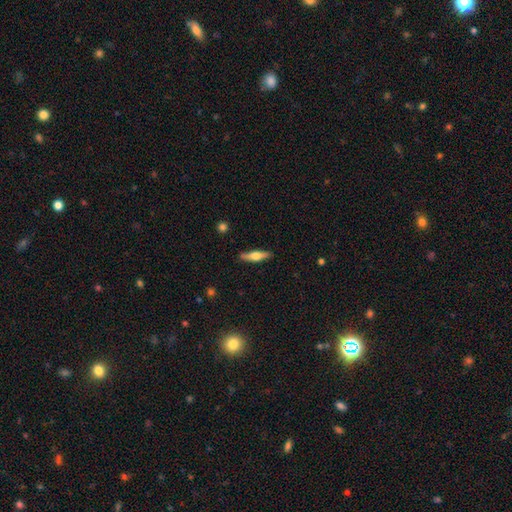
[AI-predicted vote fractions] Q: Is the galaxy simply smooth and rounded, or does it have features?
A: featured or disk — 54%.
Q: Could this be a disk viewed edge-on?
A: yes — 94%.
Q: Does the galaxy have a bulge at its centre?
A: rounded — 93%.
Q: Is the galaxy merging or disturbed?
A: none — 89%.